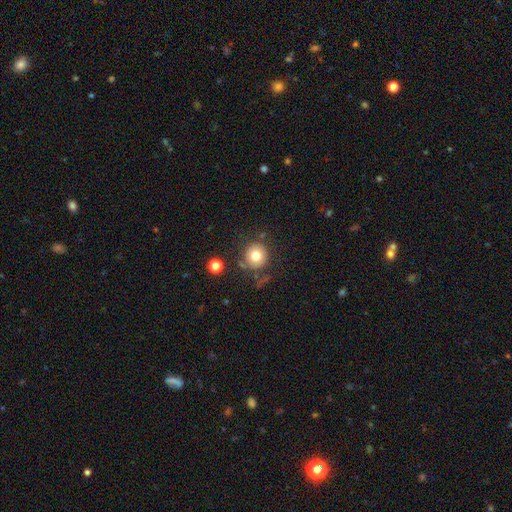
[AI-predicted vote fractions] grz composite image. It shows a smooth galaxy with no disk features (75%) that is round (91%). Merging: none (75%).